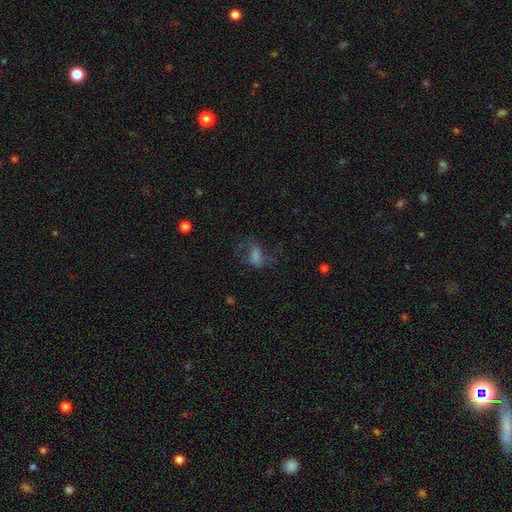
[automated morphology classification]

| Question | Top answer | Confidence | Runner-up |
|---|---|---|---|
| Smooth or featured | featured or disk | 49% | smooth (33%) |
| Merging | none | 49% | major disturbance (31%) |